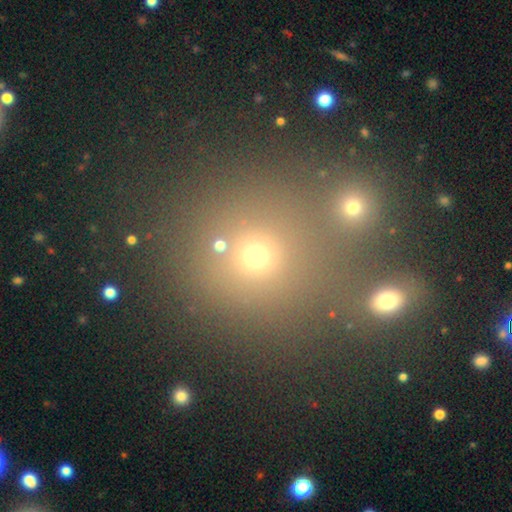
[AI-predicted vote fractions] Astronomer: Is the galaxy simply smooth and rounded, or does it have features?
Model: smooth — 62%.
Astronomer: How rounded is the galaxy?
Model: round — 88%.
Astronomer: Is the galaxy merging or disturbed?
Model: none — 65%.